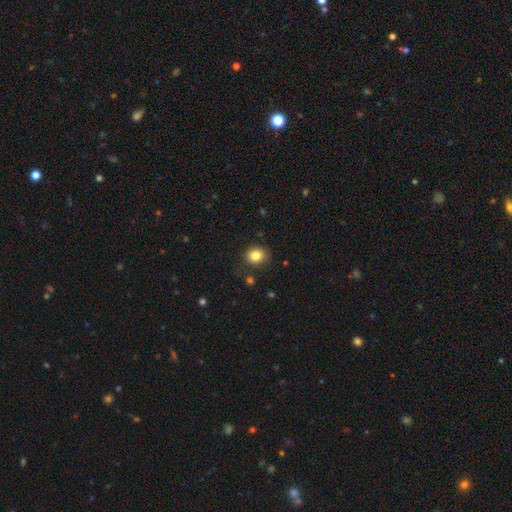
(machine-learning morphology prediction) smooth_or_featured: smooth (p=0.83) [alt: star or artifact p=0.11]
how_rounded: round (p=0.72) [alt: in between p=0.27]
merging: none (p=0.83) [alt: minor disturbance p=0.11]